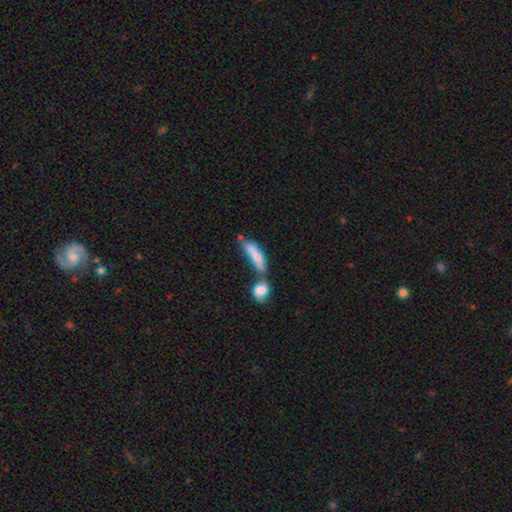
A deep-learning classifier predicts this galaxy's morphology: smooth 72%, featured or disk 21%, star or artifact 7%. Down the decision tree: how rounded — cigar-shaped (53%); merging — merger (50%).